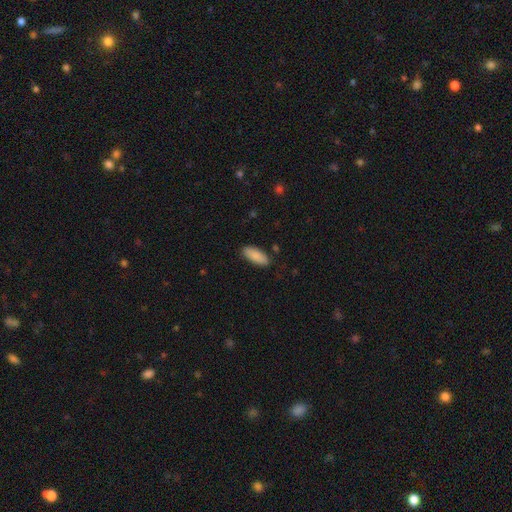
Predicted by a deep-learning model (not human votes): Smooth or featured: smooth — 87% (featured or disk — 7%)
How rounded: in between — 81% (cigar-shaped — 17%)
Merging: none — 86% (minor disturbance — 10%)